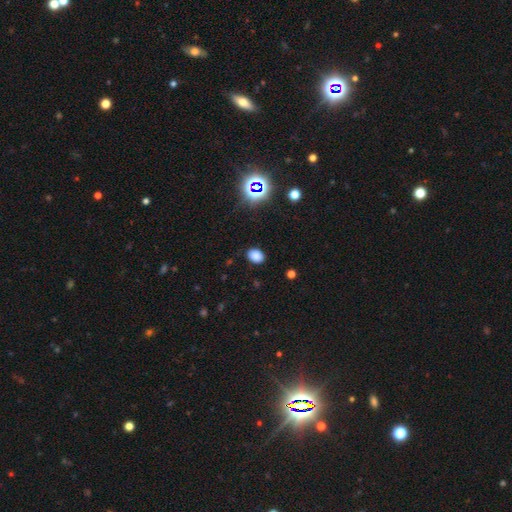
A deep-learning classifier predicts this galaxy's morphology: Overall: smooth (80%). How rounded: in between (71%). Merging: none (86%).